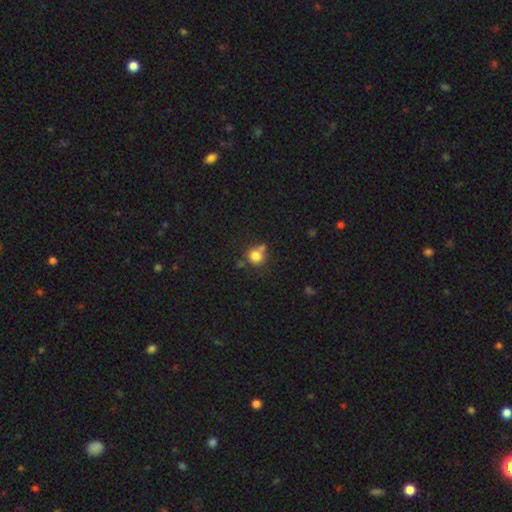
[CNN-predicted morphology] Smooth or featured: smooth — 80% (star or artifact — 12%)
How rounded: round — 84% (in between — 15%)
Merging: none — 55% (merger — 23%)